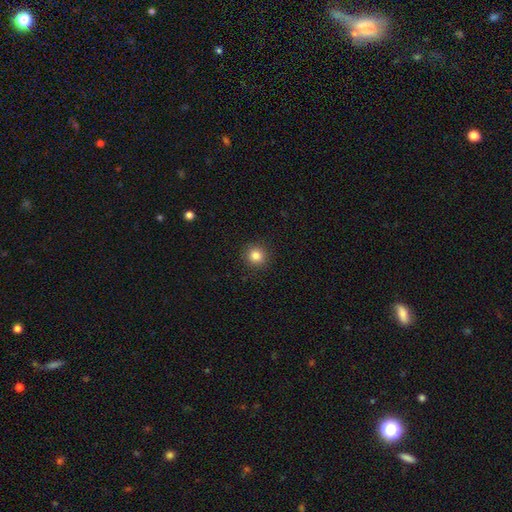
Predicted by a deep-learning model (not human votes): This is clearly a smooth galaxy (84%). How rounded: clearly round (92%). Merging: clearly none (91%).